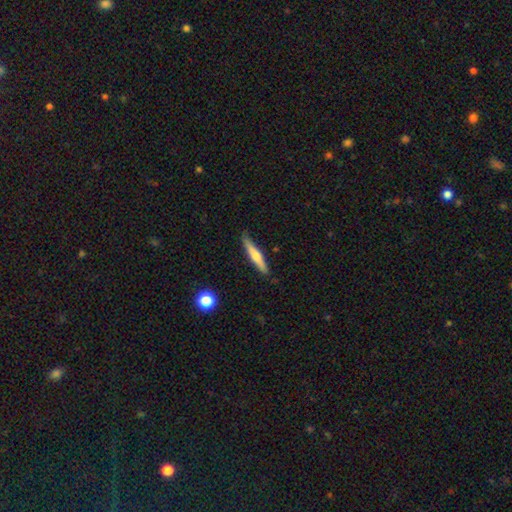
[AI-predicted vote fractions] This appears to be a smooth galaxy with no disk features (50%). Merging: none (83%).